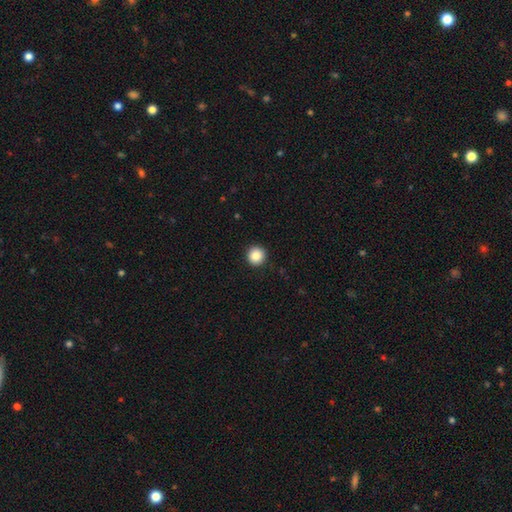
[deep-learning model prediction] Smooth or featured?
  - smooth: 87% *
  - star or artifact: 9%
  - featured or disk: 4%
How rounded?
  - round: 96% *
  - in between: 3%
  - cigar-shaped: 1%
Merging?
  - none: 93% *
  - minor disturbance: 4%
  - major disturbance: 2%
  - merger: 1%